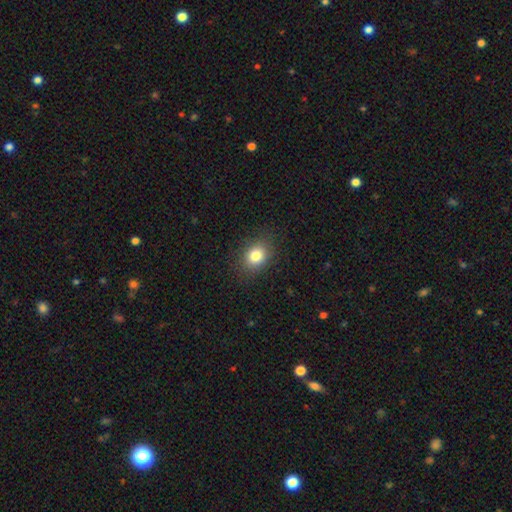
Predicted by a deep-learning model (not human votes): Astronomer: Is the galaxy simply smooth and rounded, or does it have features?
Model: smooth — 82%.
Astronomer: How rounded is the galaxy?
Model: round — 51% (runner-up: in between, 48%).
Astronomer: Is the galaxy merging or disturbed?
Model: none — 85%.